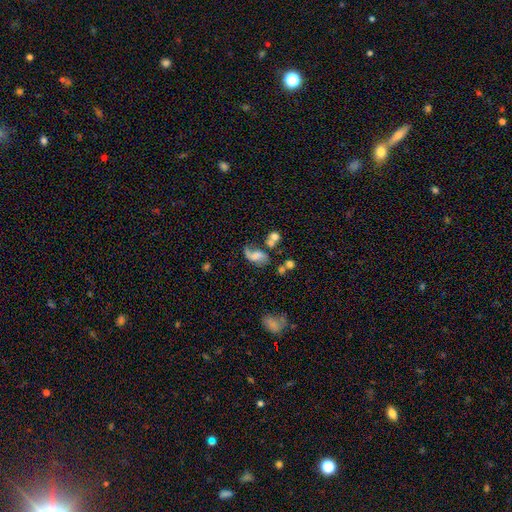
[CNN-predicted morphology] featured or disk 67%, smooth 23%, star or artifact 11%. Down the decision tree: edge-on disk — no (97%); bar — no (48%); spiral arms — yes (88%); spiral arm count — 2 (76%); spiral winding — loose (77%); bulge size — none (42%); merging — none (39%).